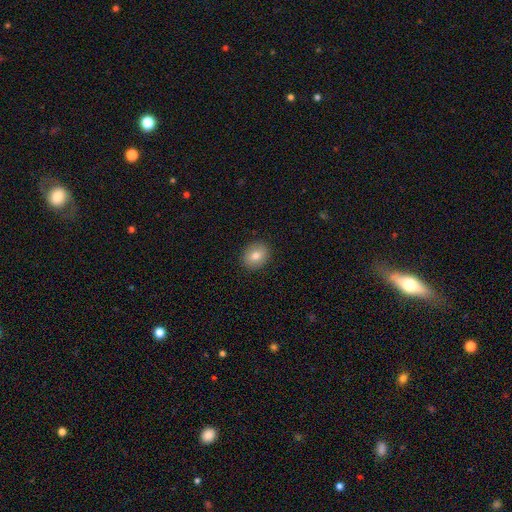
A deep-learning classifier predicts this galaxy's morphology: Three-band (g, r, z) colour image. It shows a smooth galaxy with no disk features (80%) that is round (55%). Merging: none (90%).